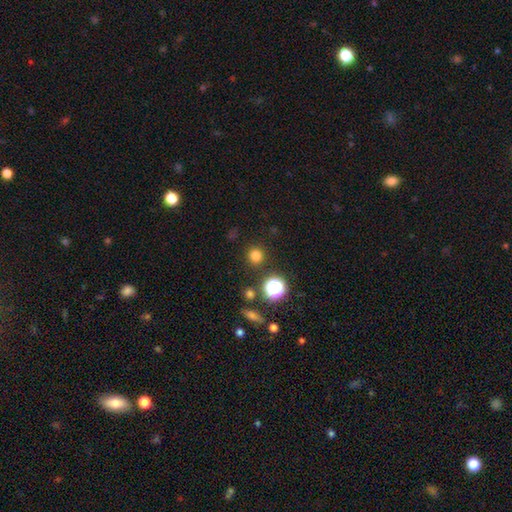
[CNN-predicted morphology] This appears to be a smooth galaxy with no disk features (77%) that is round (94%). Merging: none (89%).